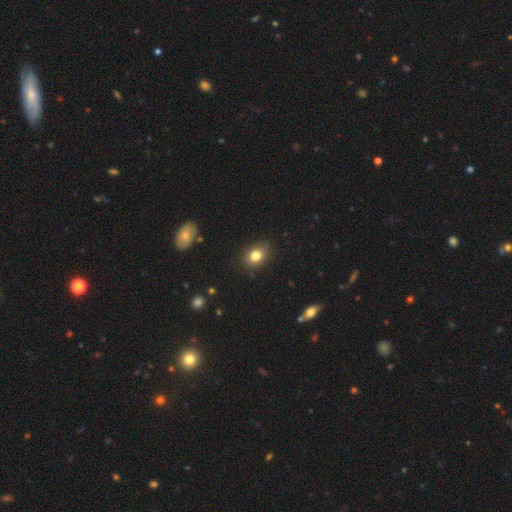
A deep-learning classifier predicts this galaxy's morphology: The model was most divided on "how rounded": in between: 57%, round: 42%, cigar-shaped: 1%. More confident: merging — none (84%); smooth or featured — smooth (81%).